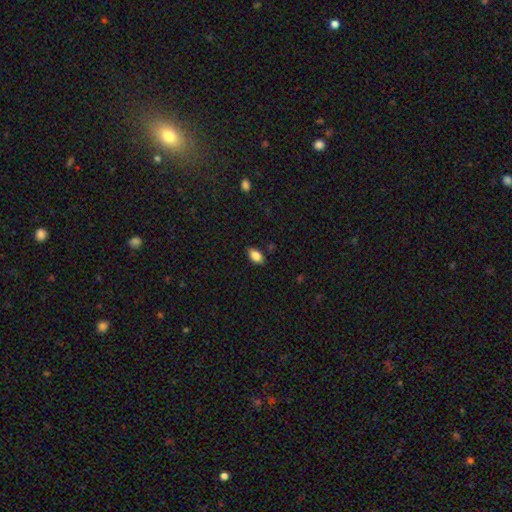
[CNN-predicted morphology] The model was most divided on "merging": none: 85%, minor disturbance: 11%, major disturbance: 2%, merger: 1%. More confident: how rounded — in between (91%); smooth or featured — smooth (85%).